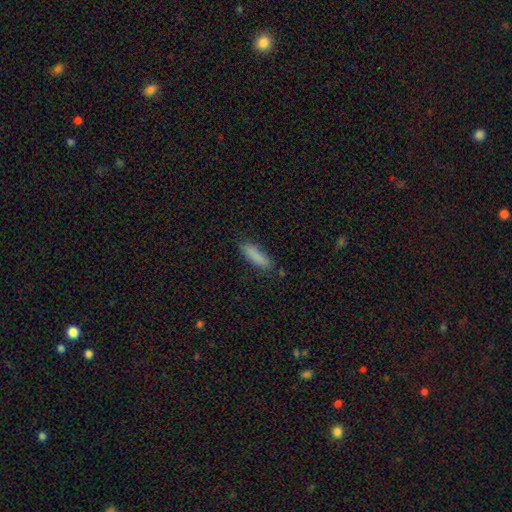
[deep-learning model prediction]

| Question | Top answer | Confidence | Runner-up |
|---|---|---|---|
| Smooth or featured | smooth | 86% | star or artifact (7%) |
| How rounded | cigar-shaped | 59% | in between (40%) |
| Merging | none | 80% | minor disturbance (15%) |